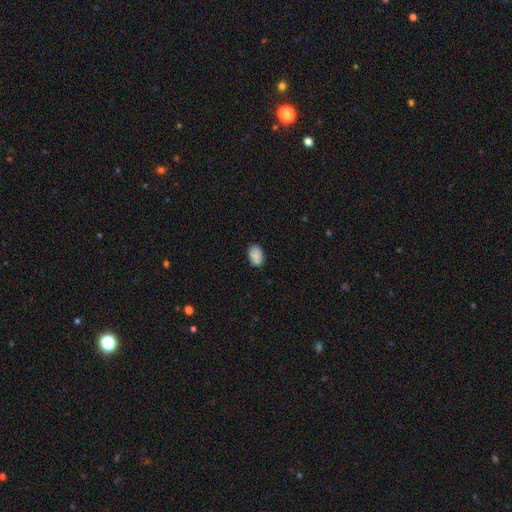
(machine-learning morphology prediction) Smooth or featured?
  - smooth: 88% *
  - star or artifact: 7%
  - featured or disk: 5%
How rounded?
  - in between: 89% *
  - round: 10%
  - cigar-shaped: 1%
Merging?
  - none: 87% *
  - minor disturbance: 10%
  - major disturbance: 2%
  - merger: 1%